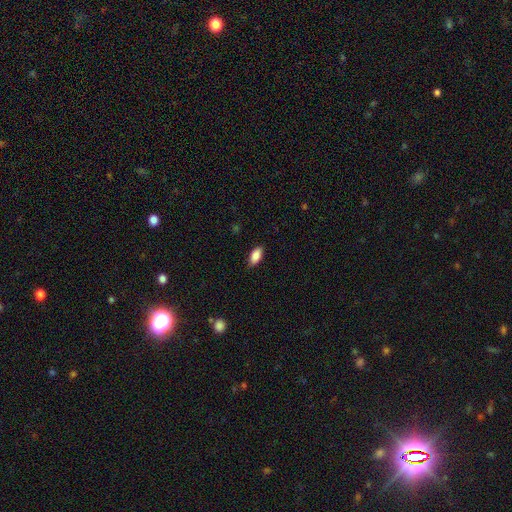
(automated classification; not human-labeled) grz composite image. It shows a smooth galaxy with no disk features (86%) that is in between round and cigar-shaped (89%). Merging: none (86%).